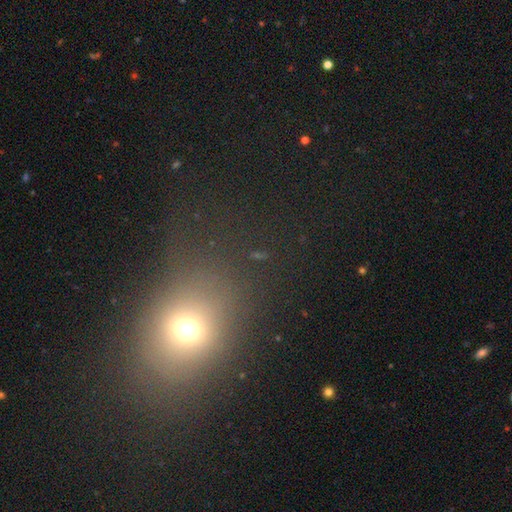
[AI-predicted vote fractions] Smooth or featured?
  - smooth: 55% *
  - star or artifact: 32%
  - featured or disk: 13%
How rounded?
  - round: 54% *
  - in between: 44%
  - cigar-shaped: 3%
Merging?
  - none: 69% *
  - minor disturbance: 15%
  - major disturbance: 12%
  - merger: 5%